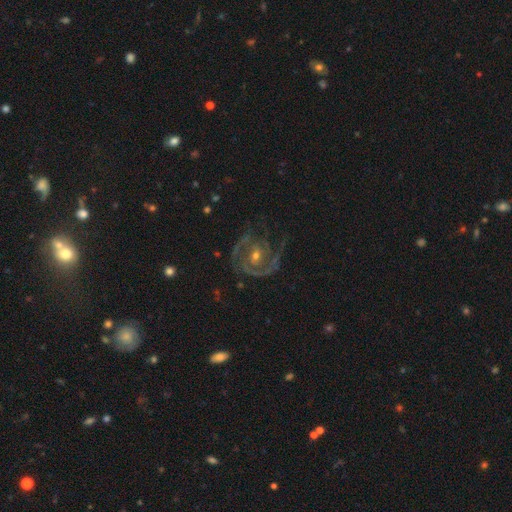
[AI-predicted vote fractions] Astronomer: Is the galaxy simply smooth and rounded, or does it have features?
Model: featured or disk — 90%.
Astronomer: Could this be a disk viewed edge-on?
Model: no — 98%.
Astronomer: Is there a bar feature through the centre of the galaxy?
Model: no — 49% (runner-up: weak, 38%).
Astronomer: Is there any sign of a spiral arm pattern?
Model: yes — 97%.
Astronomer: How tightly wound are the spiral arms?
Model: tight — 50% (runner-up: medium, 42%).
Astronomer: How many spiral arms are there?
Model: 2 — 60%.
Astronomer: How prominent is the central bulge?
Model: small — 52% (runner-up: moderate, 44%).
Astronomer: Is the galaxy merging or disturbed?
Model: none — 70%.